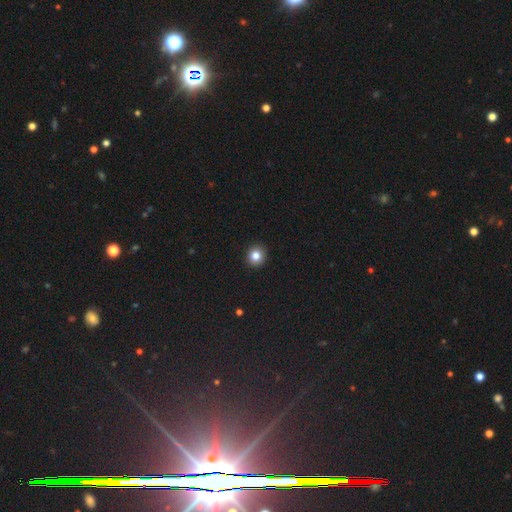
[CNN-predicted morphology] Smooth or featured: smooth — 83% (star or artifact — 11%)
How rounded: round — 87% (in between — 13%)
Merging: none — 93% (minor disturbance — 5%)